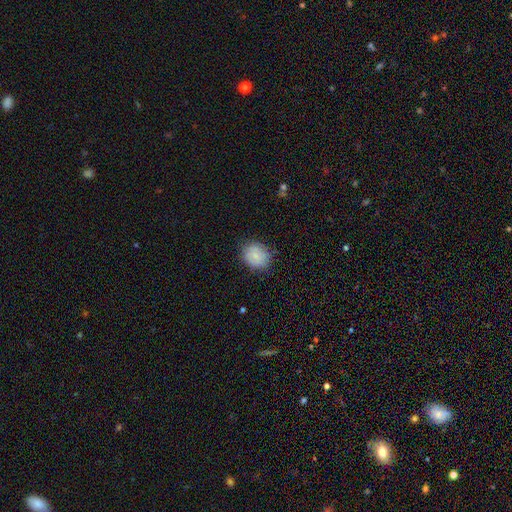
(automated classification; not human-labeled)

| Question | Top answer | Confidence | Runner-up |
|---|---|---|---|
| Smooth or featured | smooth | 81% | featured or disk (10%) |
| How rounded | round | 63% | in between (36%) |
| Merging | none | 79% | minor disturbance (16%) |